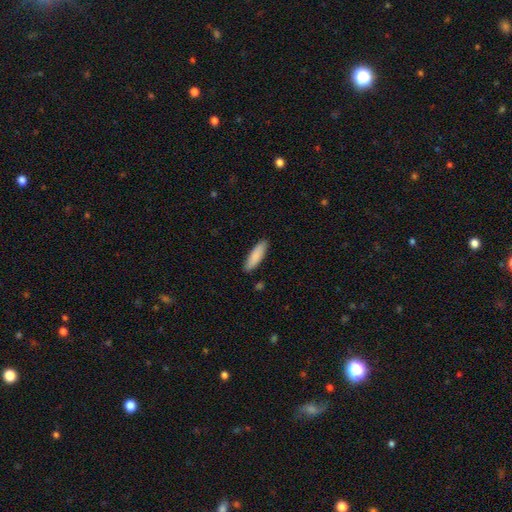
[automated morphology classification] smooth-or-featured: smooth: 87% | featured or disk: 8% | star or artifact: 5%
  how-rounded: cigar-shaped: 58% | in between: 41% | round: 1%
  merging: none: 87% | minor disturbance: 9% | major disturbance: 2% | merger: 1%